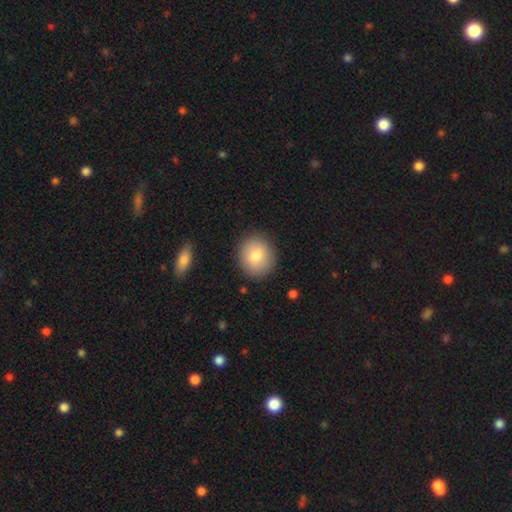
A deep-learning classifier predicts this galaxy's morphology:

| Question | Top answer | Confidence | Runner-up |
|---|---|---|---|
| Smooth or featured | smooth | 80% | featured or disk (12%) |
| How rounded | round | 79% | in between (20%) |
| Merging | none | 88% | minor disturbance (8%) |